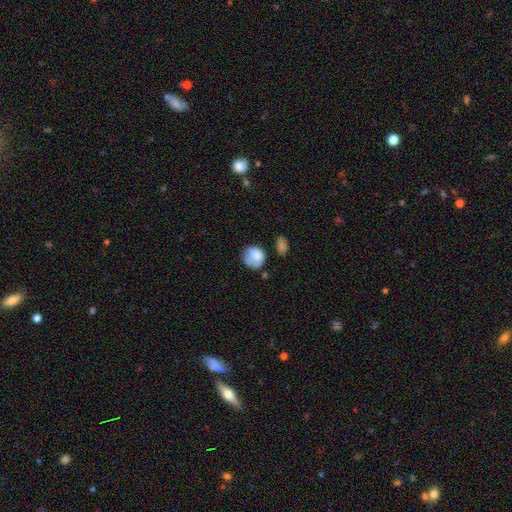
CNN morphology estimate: This appears to be a smooth galaxy with no disk features (73%) that is round (58%). Merging: none (41%).